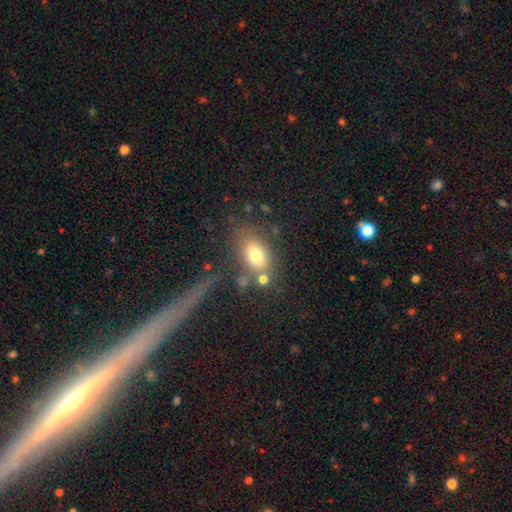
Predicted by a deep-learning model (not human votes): Morphology: type=smooth (75%); roundness=in between (81%); merging=none (57%).